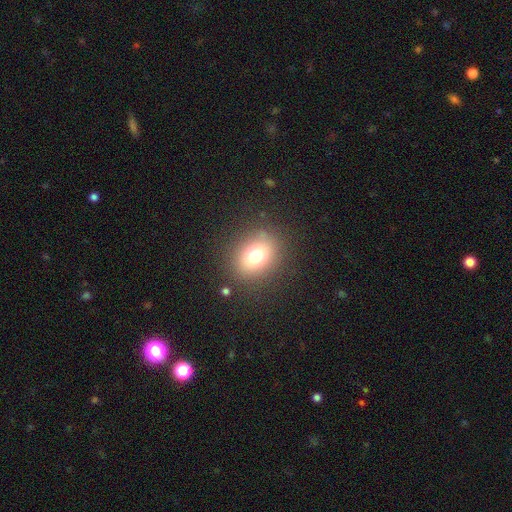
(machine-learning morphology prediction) Overall: smooth (72%). How rounded: round (58%; in between 41%). Merging: none (84%).